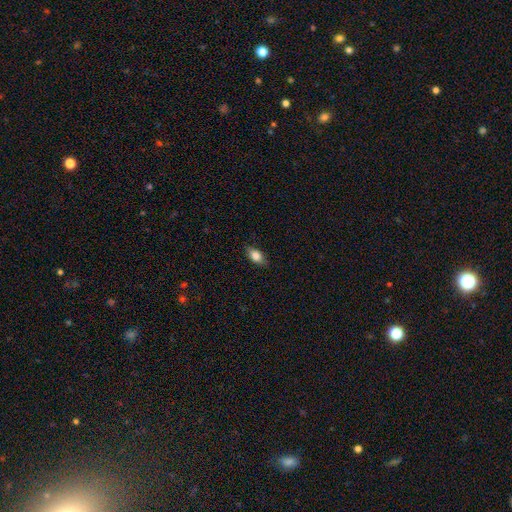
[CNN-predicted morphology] This is clearly a smooth galaxy (84%). How rounded: clearly in between (87%). Merging: clearly none (83%).